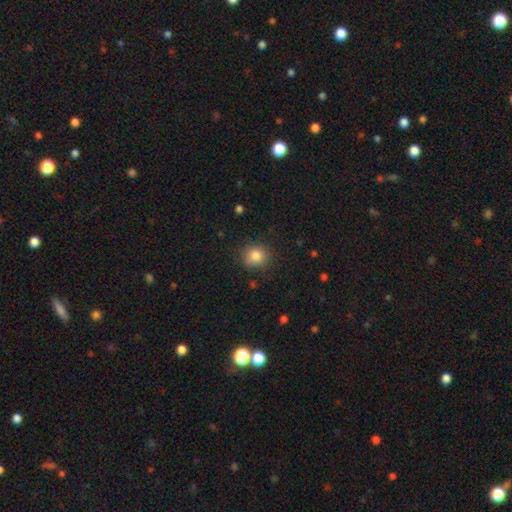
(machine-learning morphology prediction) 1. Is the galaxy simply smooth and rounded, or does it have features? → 84% smooth, 11% star or artifact, 6% featured or disk.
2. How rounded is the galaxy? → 84% round, 15% in between, 1% cigar-shaped.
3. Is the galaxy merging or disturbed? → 83% none, 12% minor disturbance, 3% major disturbance, 2% merger.